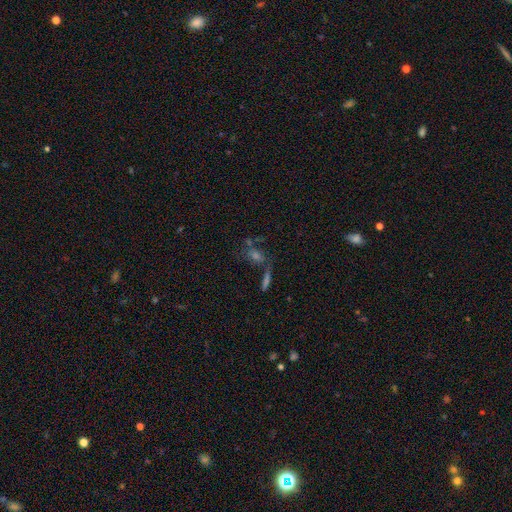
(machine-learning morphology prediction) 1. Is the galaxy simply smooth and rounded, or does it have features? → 35% featured or disk, 33% smooth, 32% star or artifact.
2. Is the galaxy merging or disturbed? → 52% none, 24% merger, 13% minor disturbance, 11% major disturbance.